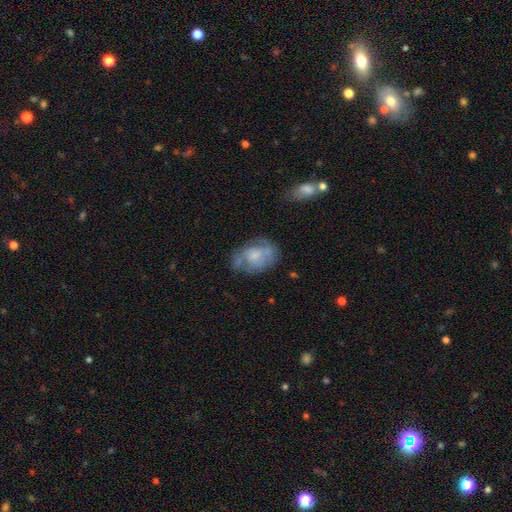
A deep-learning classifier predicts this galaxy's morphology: Smooth or featured?
  - featured or disk: 58% *
  - smooth: 34%
  - star or artifact: 8%
Edge-on disk?
  - no: 97% *
  - yes: 3%
Bar?
  - no: 69% *
  - weak: 27%
  - strong: 4%
Spiral arms?
  - yes: 69% *
  - no: 31%
Bulge size?
  - small: 42% *
  - moderate: 30%
  - none: 19%
  - large: 6%
  - dominant: 2%
Merging?
  - none: 57% *
  - minor disturbance: 26%
  - major disturbance: 14%
  - merger: 4%